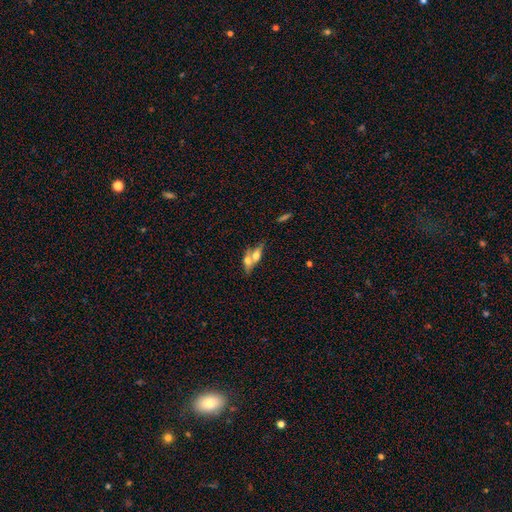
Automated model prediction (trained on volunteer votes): This appears to be a smooth galaxy with no disk features (54%) that is in between round and cigar-shaped (64%). Merging: merger (65%).